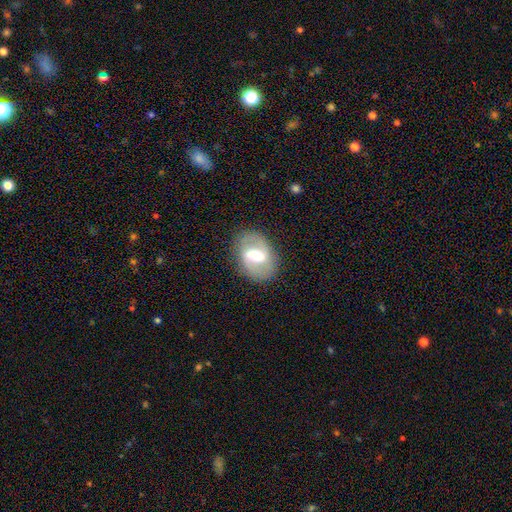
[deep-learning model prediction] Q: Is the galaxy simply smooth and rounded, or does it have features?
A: featured or disk — 73%.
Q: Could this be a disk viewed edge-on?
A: no — 96%.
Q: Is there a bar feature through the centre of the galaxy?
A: weak — 46%.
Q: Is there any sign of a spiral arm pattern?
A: yes — 72%.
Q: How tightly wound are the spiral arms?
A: medium — 48%.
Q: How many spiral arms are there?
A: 2 — 87%.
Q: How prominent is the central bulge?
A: moderate — 67%.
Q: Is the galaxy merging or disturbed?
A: none — 84%.